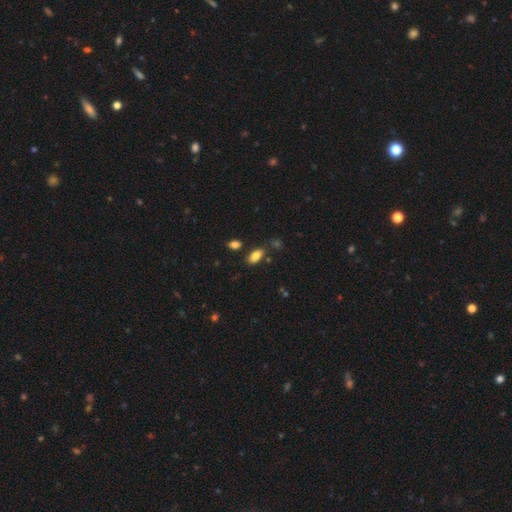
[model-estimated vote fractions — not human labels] Smooth or featured?
  - smooth: 83% *
  - star or artifact: 9%
  - featured or disk: 8%
How rounded?
  - in between: 91% *
  - cigar-shaped: 6%
  - round: 4%
Merging?
  - none: 75% *
  - minor disturbance: 15%
  - merger: 7%
  - major disturbance: 4%